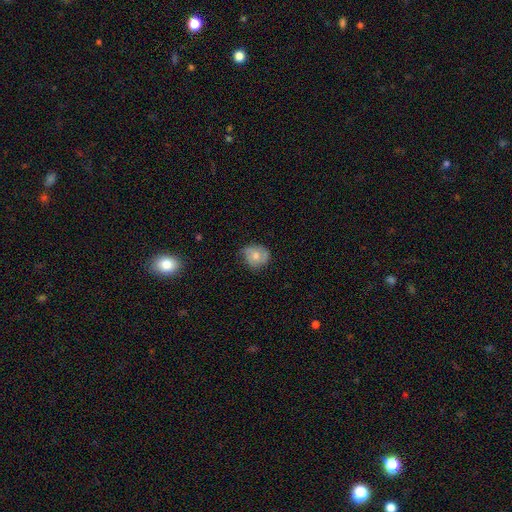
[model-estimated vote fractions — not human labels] smooth_or_featured: smooth (p=0.63) [alt: featured or disk p=0.29]
how_rounded: round (p=0.68) [alt: in between p=0.31]
merging: none (p=0.58) [alt: minor disturbance p=0.33]